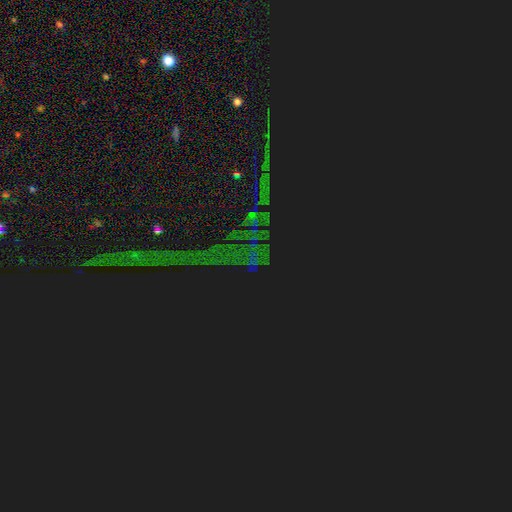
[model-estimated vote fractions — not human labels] A star or artifact, not a galaxy (87%).

Vote fractions:
- Smooth or featured? star or artifact: 87% / smooth: 7% / featured or disk: 6%